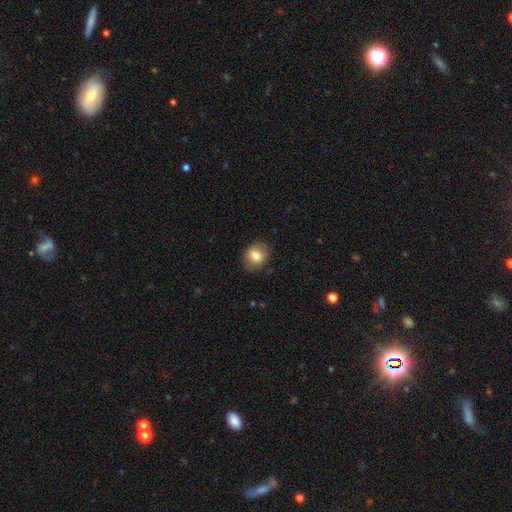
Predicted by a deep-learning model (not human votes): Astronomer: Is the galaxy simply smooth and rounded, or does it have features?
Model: smooth — 77%.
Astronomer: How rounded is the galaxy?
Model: round — 56% (runner-up: in between, 43%).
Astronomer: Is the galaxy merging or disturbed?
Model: none — 81%.